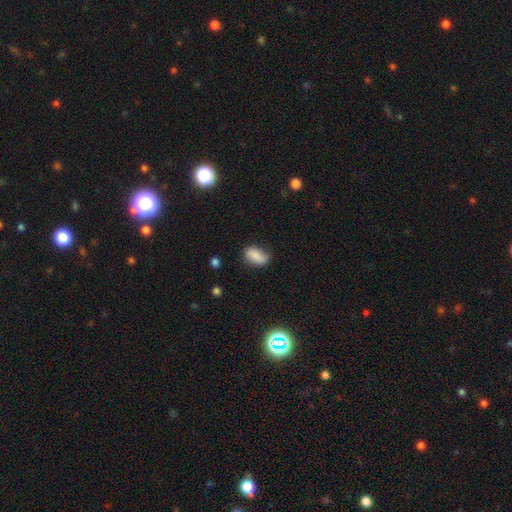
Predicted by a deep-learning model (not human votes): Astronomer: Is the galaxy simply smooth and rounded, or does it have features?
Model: smooth — 82%.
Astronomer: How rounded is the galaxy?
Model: in between — 88%.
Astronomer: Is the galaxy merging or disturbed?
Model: none — 70%.